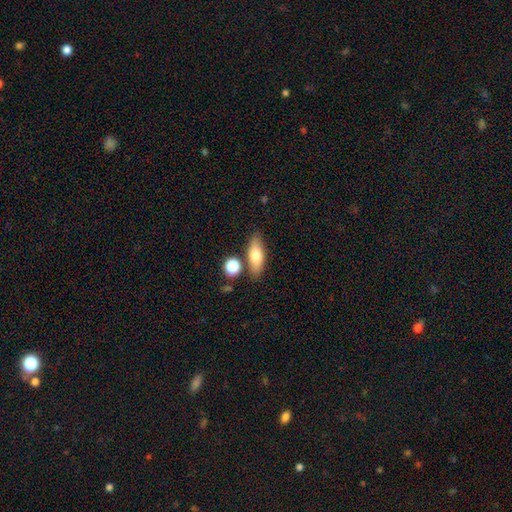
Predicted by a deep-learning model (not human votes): This appears to be a smooth galaxy with no disk features (75%) that is in between round and cigar-shaped (69%). Merging: none (76%).